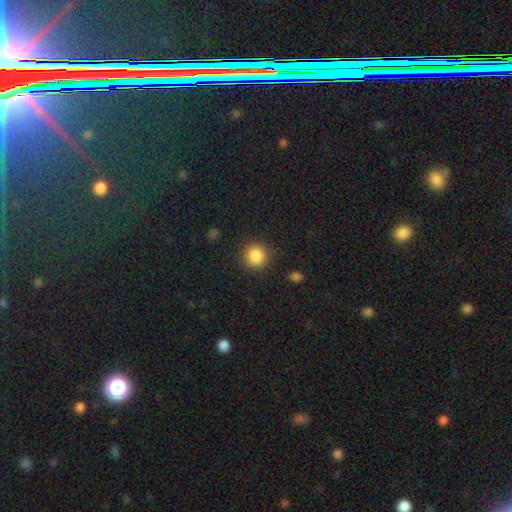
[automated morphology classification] type=smooth (87%); roundness=round (92%); merging=none (89%).